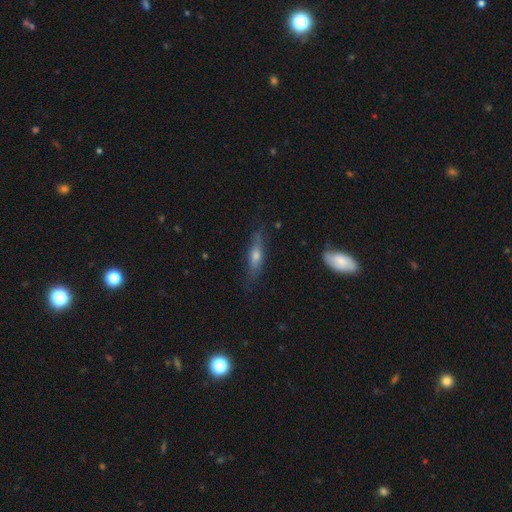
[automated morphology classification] featured or disk 50%, smooth 42%, star or artifact 8%. Down the decision tree: edge-on disk — yes (82%); merging — none (75%).